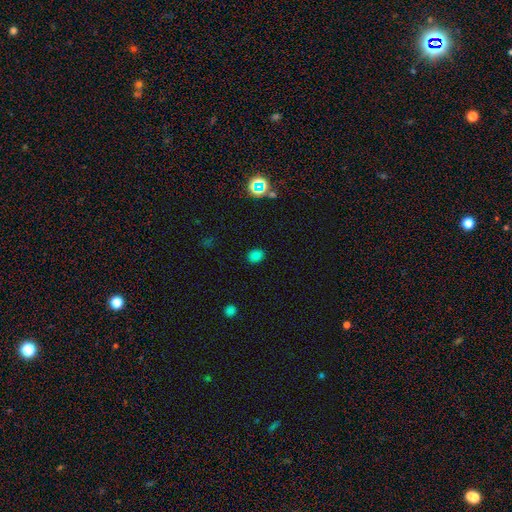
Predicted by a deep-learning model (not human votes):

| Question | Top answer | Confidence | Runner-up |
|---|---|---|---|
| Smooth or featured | smooth | 78% | star or artifact (18%) |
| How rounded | in between | 55% | round (44%) |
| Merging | none | 86% | minor disturbance (10%) |